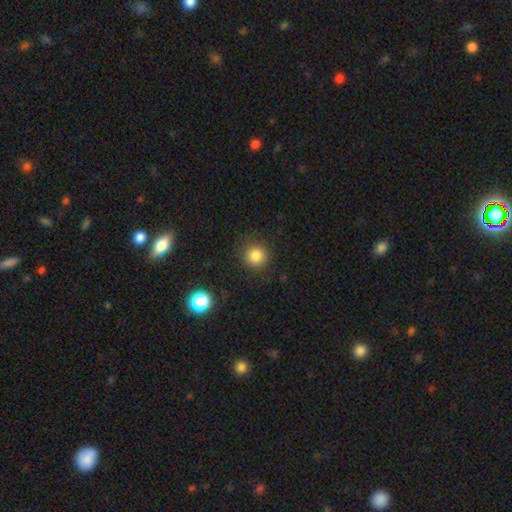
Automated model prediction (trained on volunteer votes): The model was most divided on "smooth or featured": smooth: 84%, star or artifact: 12%, featured or disk: 4%. More confident: how rounded — round (93%); merging — none (88%).